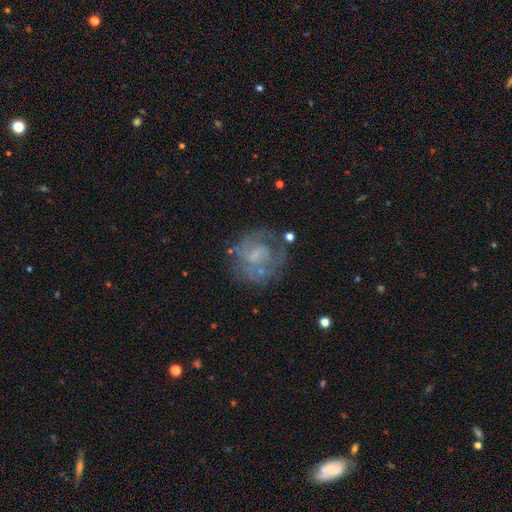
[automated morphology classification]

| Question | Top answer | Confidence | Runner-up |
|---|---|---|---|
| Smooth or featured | featured or disk | 64% | smooth (25%) |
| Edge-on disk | no | 97% | yes (3%) |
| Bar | no | 49% | weak (40%) |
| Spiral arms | yes | 60% | no (40%) |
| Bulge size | none | 42% | small (33%) |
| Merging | none | 57% | major disturbance (20%) |